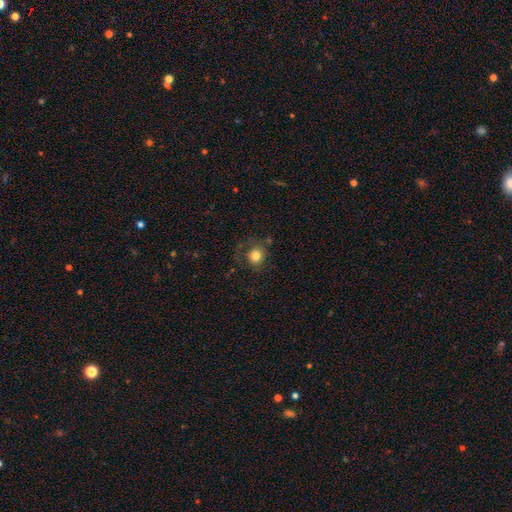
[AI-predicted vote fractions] smooth_or_featured: smooth (p=0.78) [alt: star or artifact p=0.11]
how_rounded: round (p=0.87) [alt: in between p=0.13]
merging: none (p=0.68) [alt: minor disturbance p=0.17]